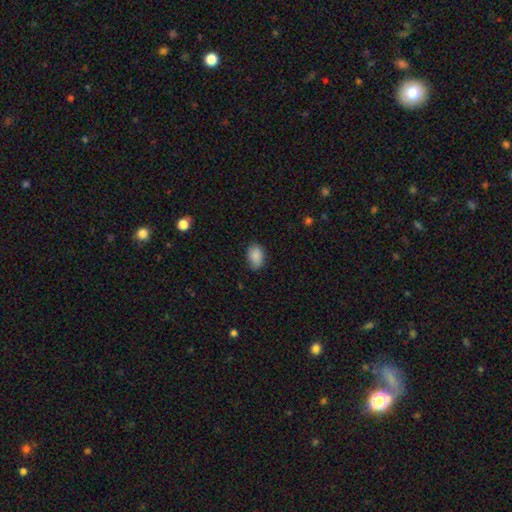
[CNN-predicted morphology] type=smooth (87%); roundness=in between (87%); merging=none (78%).